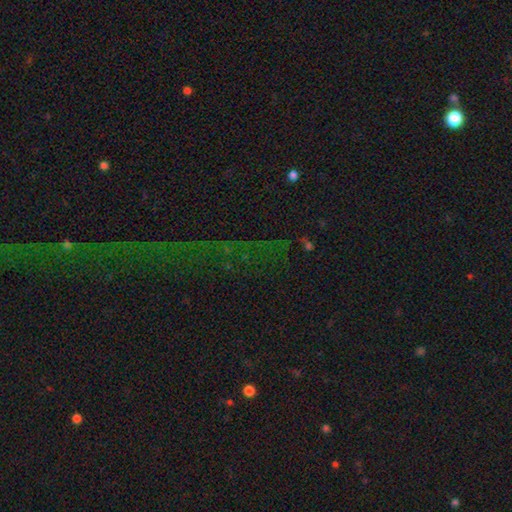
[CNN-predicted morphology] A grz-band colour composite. It shows a star or artifact, not a galaxy (80%).